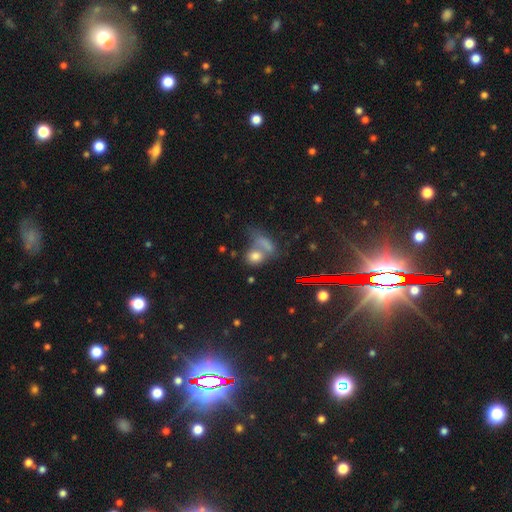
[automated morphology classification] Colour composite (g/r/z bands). It shows a smooth galaxy with no disk features (73%) that is round (54%). Merging: merger (43%).